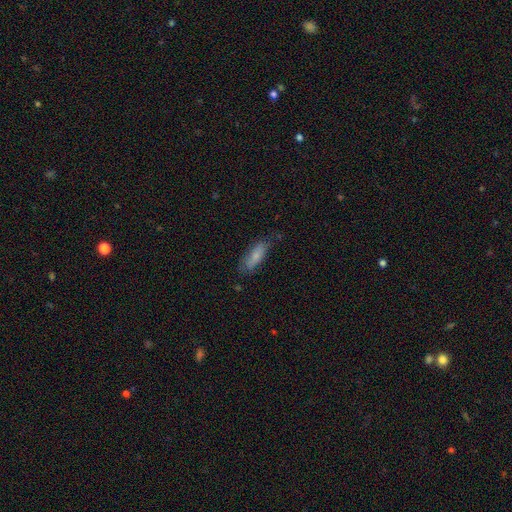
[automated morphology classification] Smooth or featured? Predicted: smooth (p=0.75). How rounded? Predicted: in between (p=0.60). Merging? Predicted: none (p=0.67).